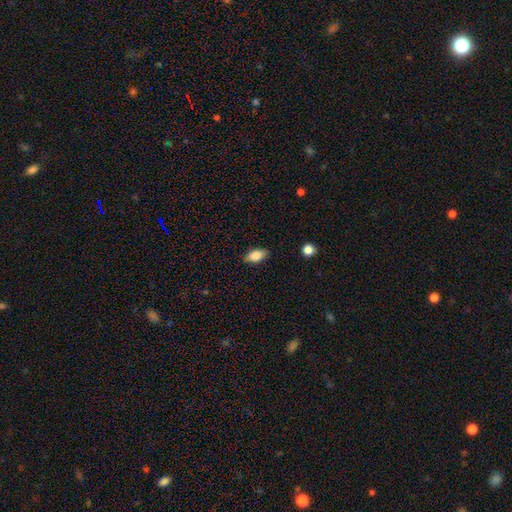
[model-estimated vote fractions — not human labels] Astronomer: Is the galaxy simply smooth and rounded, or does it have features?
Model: smooth — 81%.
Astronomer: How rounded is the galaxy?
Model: in between — 89%.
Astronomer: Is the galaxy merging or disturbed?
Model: none — 87%.